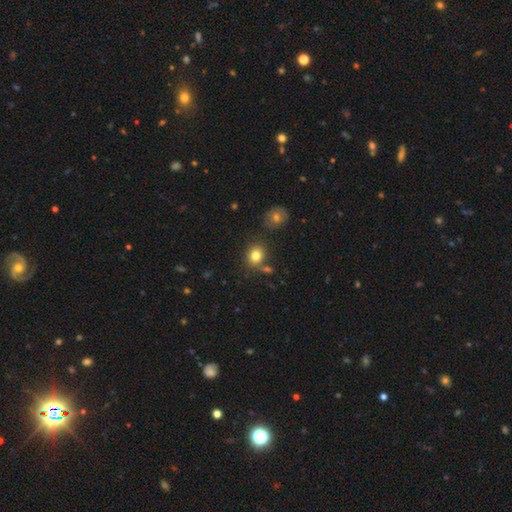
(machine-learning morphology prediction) smooth 80%, star or artifact 12%, featured or disk 8%. Down the decision tree: how rounded — round (63%); merging — none (72%).